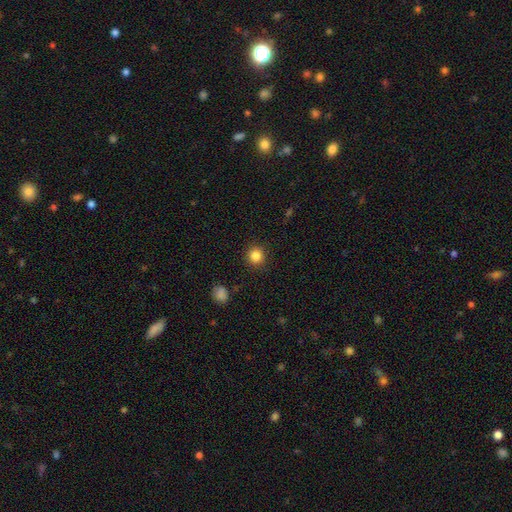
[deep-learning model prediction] Smooth or featured?
  - smooth: 84% *
  - star or artifact: 11%
  - featured or disk: 4%
How rounded?
  - round: 93% *
  - in between: 6%
  - cigar-shaped: 1%
Merging?
  - none: 91% *
  - minor disturbance: 6%
  - major disturbance: 2%
  - merger: 1%